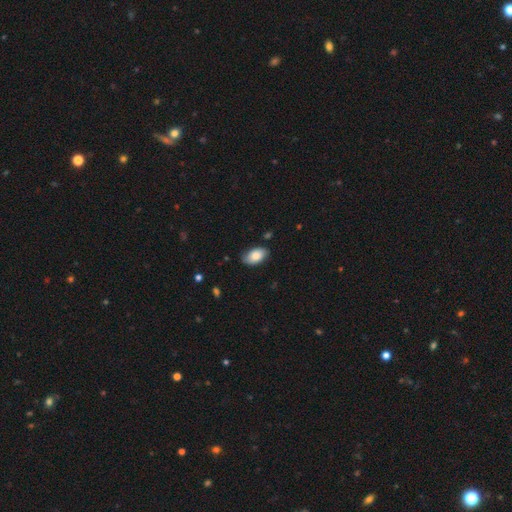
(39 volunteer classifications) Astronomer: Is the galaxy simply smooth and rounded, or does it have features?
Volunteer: smooth — 85%.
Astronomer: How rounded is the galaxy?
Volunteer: in between — 91%.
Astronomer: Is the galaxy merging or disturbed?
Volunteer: none — 92%.